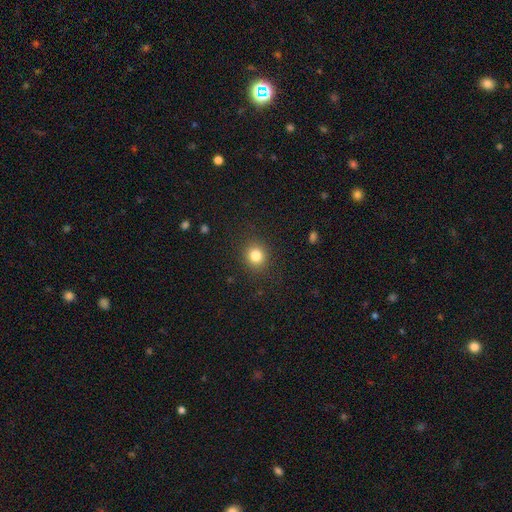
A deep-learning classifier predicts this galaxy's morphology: This is clearly a smooth galaxy (83%). How rounded: clearly round (82%). Merging: clearly none (89%).